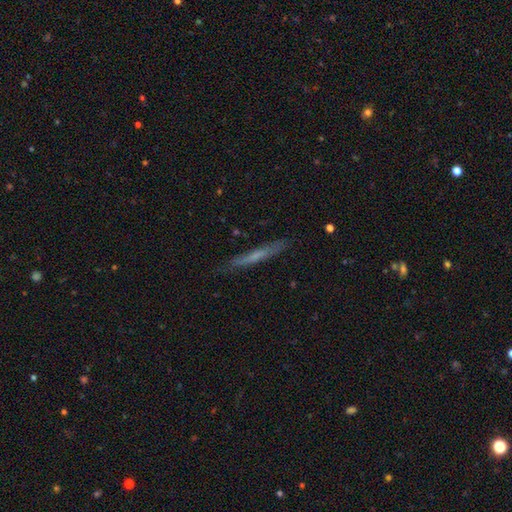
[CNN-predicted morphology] smooth_or_featured: smooth (p=0.47) [alt: featured or disk p=0.46]
merging: none (p=0.86) [alt: minor disturbance p=0.11]